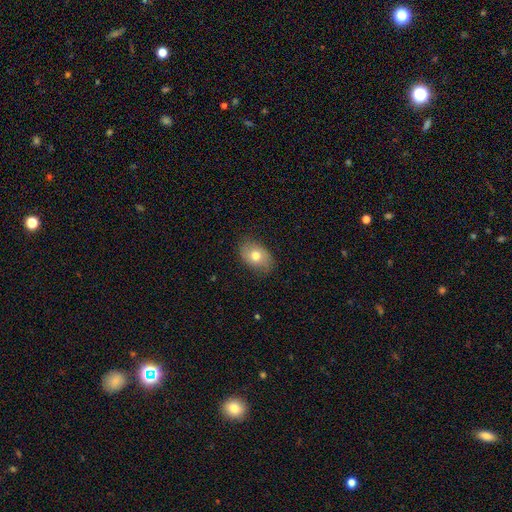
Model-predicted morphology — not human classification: smooth-or-featured: smooth: 74% | featured or disk: 18% | star or artifact: 8%
  how-rounded: in between: 85% | round: 13% | cigar-shaped: 1%
  merging: none: 83% | minor disturbance: 13% | major disturbance: 3% | merger: 1%